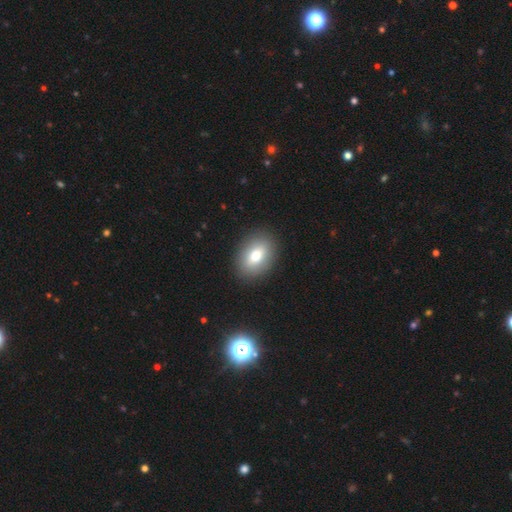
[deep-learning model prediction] Morphology: type=smooth (78%); roundness=in between (84%); merging=none (89%).